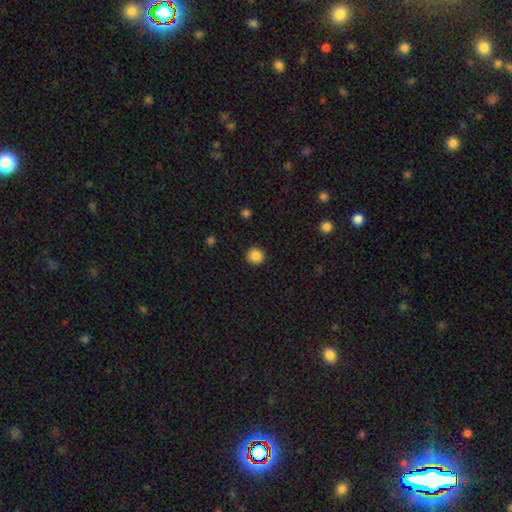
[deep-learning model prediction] Smooth or featured?
  - smooth: 87% *
  - star or artifact: 10%
  - featured or disk: 3%
How rounded?
  - round: 94% *
  - in between: 5%
  - cigar-shaped: 1%
Merging?
  - none: 91% *
  - minor disturbance: 6%
  - major disturbance: 2%
  - merger: 1%